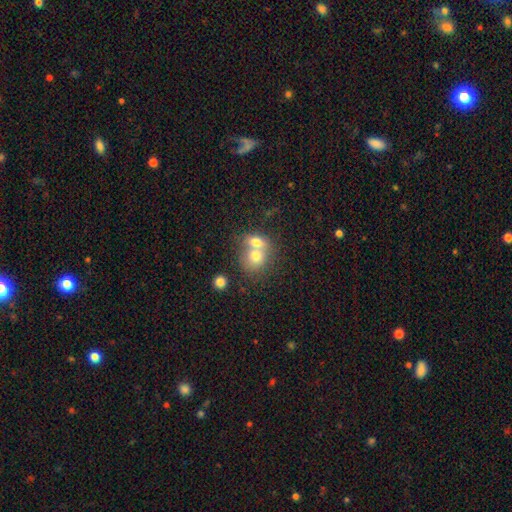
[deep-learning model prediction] Smooth or featured?
  - smooth: 71% *
  - featured or disk: 19%
  - star or artifact: 10%
How rounded?
  - round: 61% *
  - in between: 38%
  - cigar-shaped: 1%
Merging?
  - merger: 69% *
  - none: 22%
  - minor disturbance: 6%
  - major disturbance: 3%